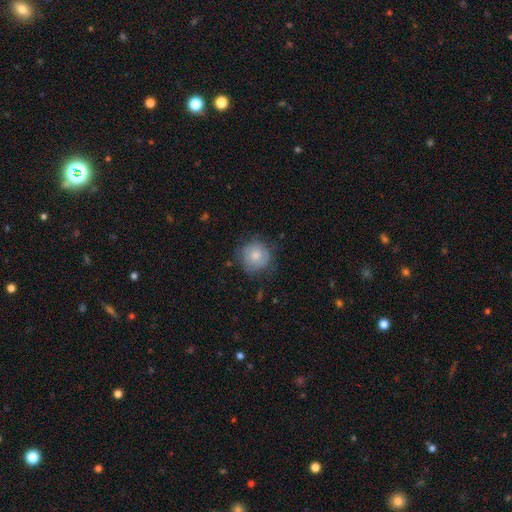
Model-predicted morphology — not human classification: The model was most divided on "smooth or featured": smooth: 67%, featured or disk: 25%, star or artifact: 8%. More confident: how rounded — round (90%); merging — none (68%).